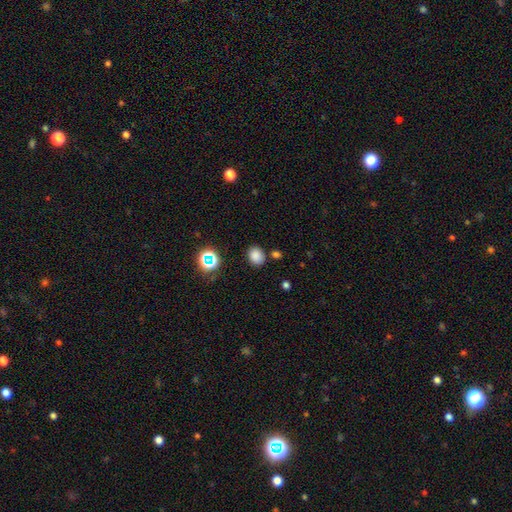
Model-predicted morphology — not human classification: Overall: smooth (80%). How rounded: round (51%; in between 48%). Merging: none (79%).